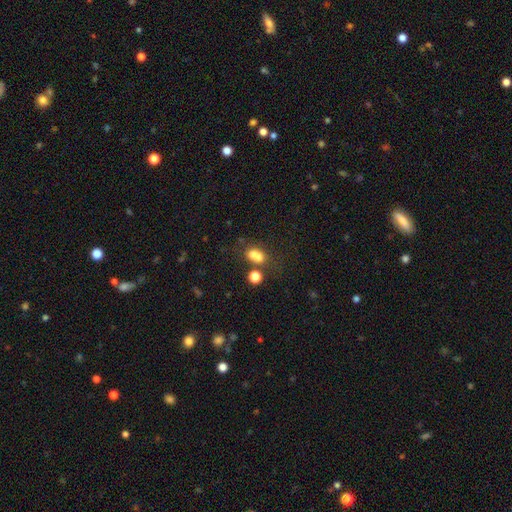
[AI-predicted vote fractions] This appears to be a smooth galaxy with no disk features (70%) that is in between round and cigar-shaped (55%). Merging: merger (47%).